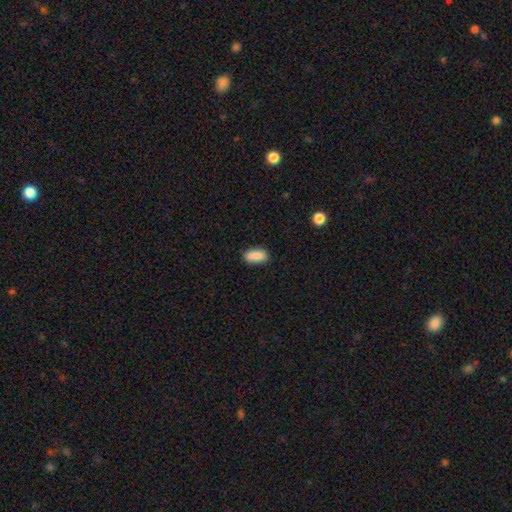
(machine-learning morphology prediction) Smooth or featured?
  - smooth: 89% *
  - star or artifact: 7%
  - featured or disk: 4%
How rounded?
  - in between: 87% *
  - cigar-shaped: 10%
  - round: 3%
Merging?
  - none: 87% *
  - minor disturbance: 10%
  - major disturbance: 2%
  - merger: 1%